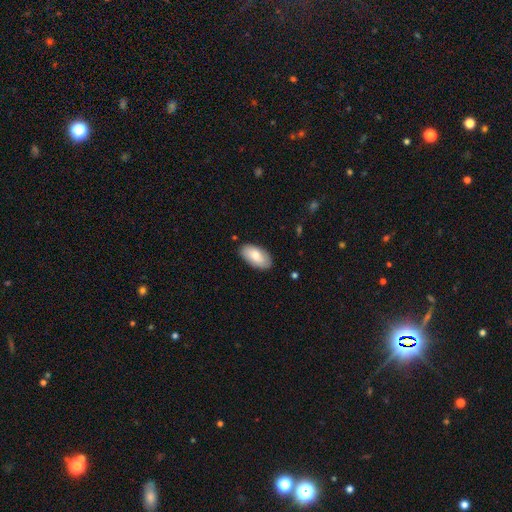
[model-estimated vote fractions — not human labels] smooth-or-featured: smooth: 75% | featured or disk: 19% | star or artifact: 6%
  how-rounded: in between: 95% | cigar-shaped: 3% | round: 2%
  merging: none: 84% | minor disturbance: 12% | major disturbance: 2% | merger: 1%